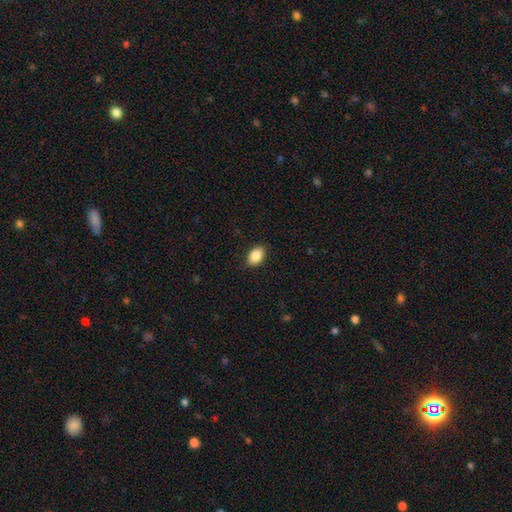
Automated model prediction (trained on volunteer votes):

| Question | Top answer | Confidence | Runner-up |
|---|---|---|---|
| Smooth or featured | smooth | 88% | star or artifact (7%) |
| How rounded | in between | 88% | round (11%) |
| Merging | none | 89% | minor disturbance (8%) |